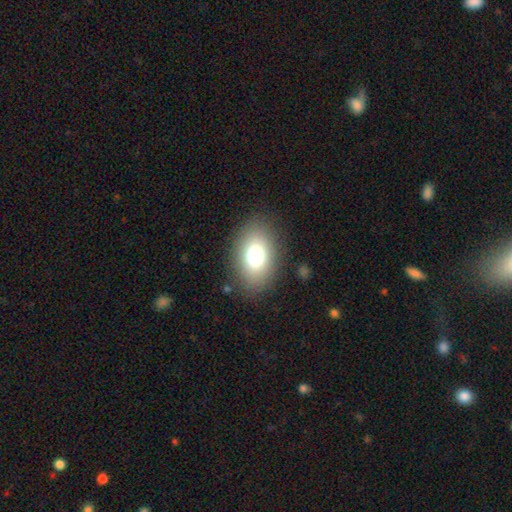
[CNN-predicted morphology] This is likely a smooth galaxy (77%). How rounded: clearly in between (86%). Merging: clearly none (85%).